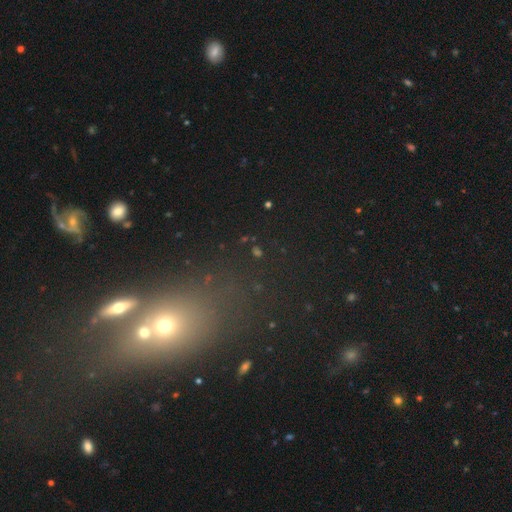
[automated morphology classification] Smooth or featured? star or artifact (47%)